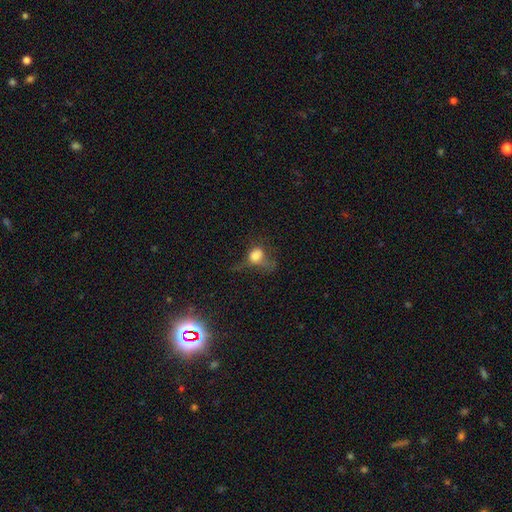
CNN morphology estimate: Smooth or featured? smooth (67%)
How rounded? round (50%)
Merging? major disturbance (50%)